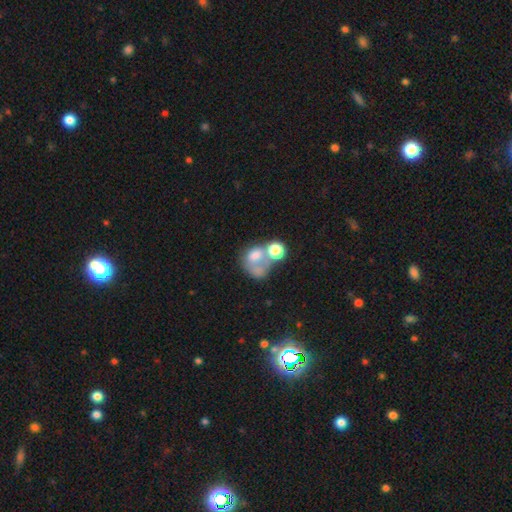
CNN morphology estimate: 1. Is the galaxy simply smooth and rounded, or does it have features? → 58% smooth, 28% featured or disk, 14% star or artifact.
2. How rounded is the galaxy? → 50% in between, 49% round, 1% cigar-shaped.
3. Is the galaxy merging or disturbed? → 53% merger, 19% none, 19% major disturbance, 9% minor disturbance.